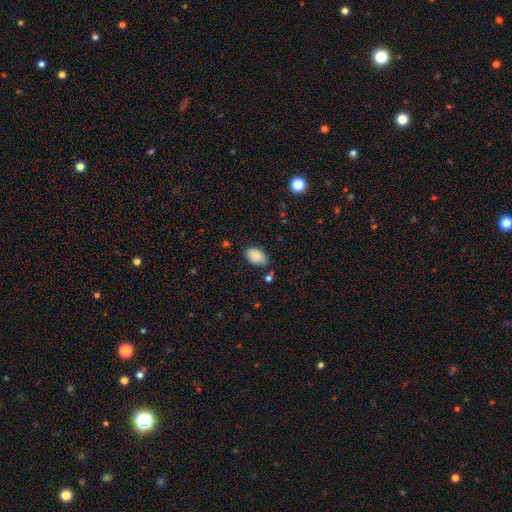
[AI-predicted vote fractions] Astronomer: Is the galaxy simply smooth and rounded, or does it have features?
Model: smooth — 87%.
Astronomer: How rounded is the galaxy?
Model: in between — 90%.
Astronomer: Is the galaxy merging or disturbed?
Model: none — 68%.